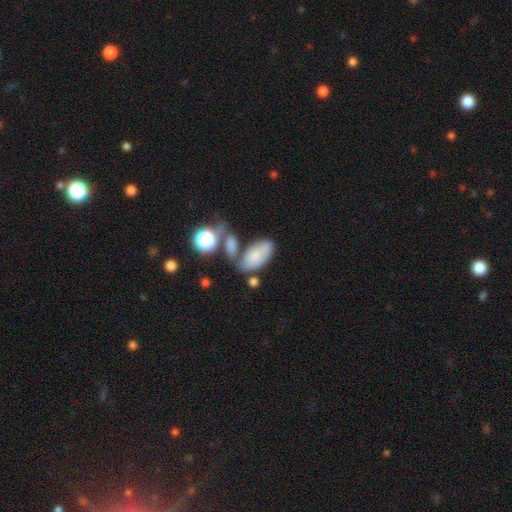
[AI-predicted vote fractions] Smooth or featured? smooth (71%)
How rounded? in between (92%)
Merging? none (46%)